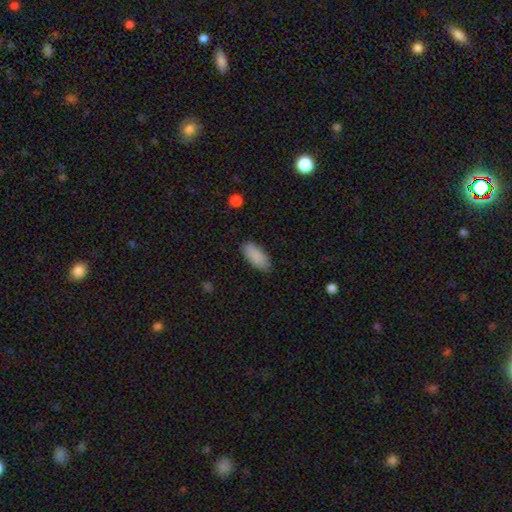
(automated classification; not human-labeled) Smooth or featured: smooth — 89% (star or artifact — 6%)
How rounded: in between — 86% (cigar-shaped — 12%)
Merging: none — 83% (minor disturbance — 14%)